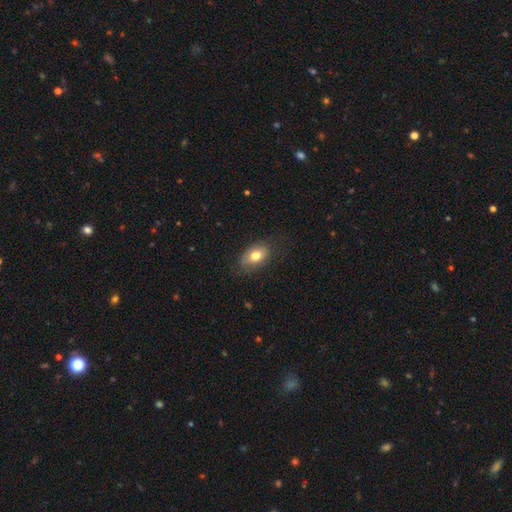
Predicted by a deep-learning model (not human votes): Q: Smooth or featured?
A: smooth (75%); runner-up: featured or disk (18%)
Q: How rounded?
A: in between (88%); runner-up: round (10%)
Q: Merging?
A: none (75%); runner-up: minor disturbance (18%)